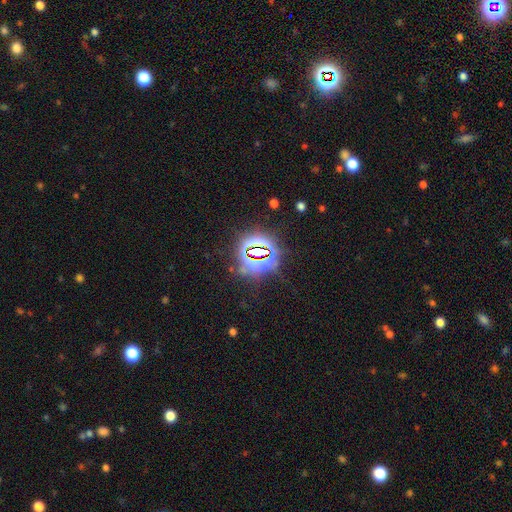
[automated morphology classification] Smooth or featured? Predicted: star or artifact (p=0.82).